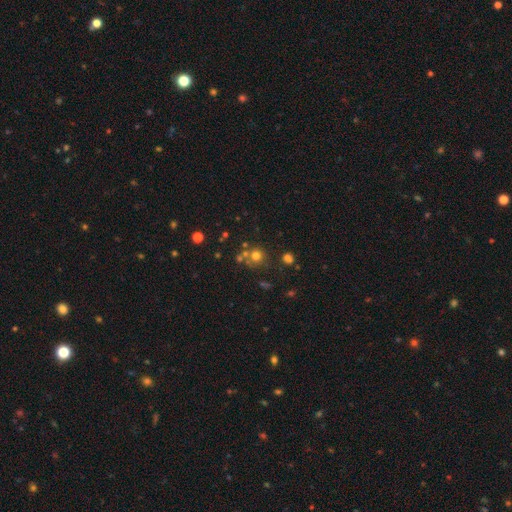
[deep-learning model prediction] A smooth galaxy with no disk features (67%) that is round (88%). Merging: none (63%).